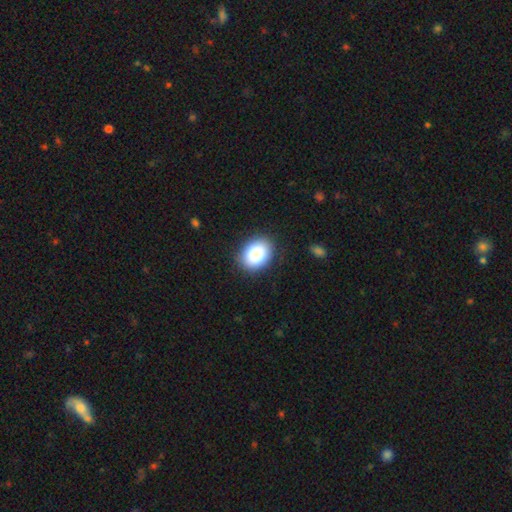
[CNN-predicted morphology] This is clearly a smooth galaxy (82%). How rounded: possibly in between (59%). Merging: clearly none (87%).